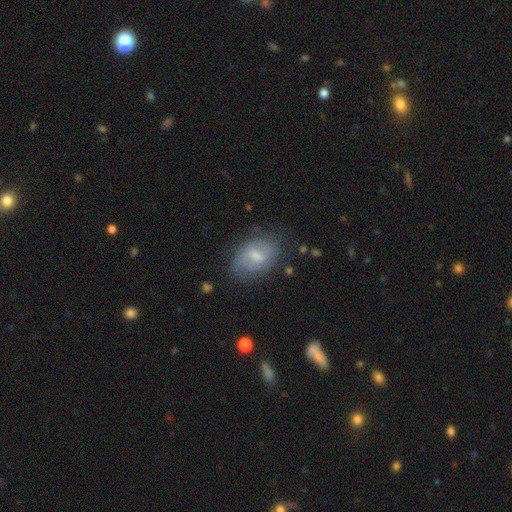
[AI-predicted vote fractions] Overall: featured or disk (60%; smooth 31%). Edge-on disk: no (96%). Bar: weak (59%; no 28%). Spiral arms: yes (80%). Bulge size: moderate (47%; small 36%). Merging: none (67%).